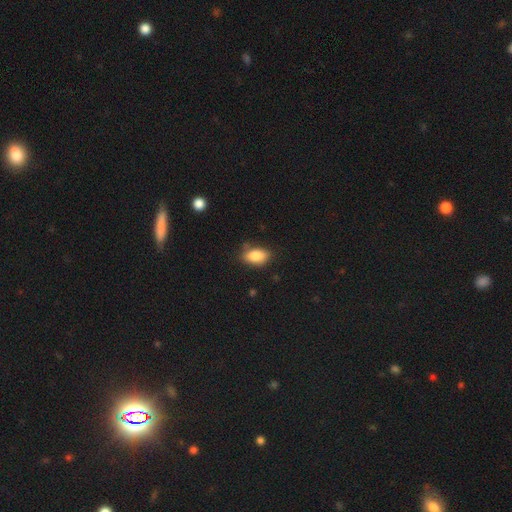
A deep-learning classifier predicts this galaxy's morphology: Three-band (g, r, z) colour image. It shows a smooth galaxy with no disk features (84%) that is in between round and cigar-shaped (90%). Merging: none (73%).